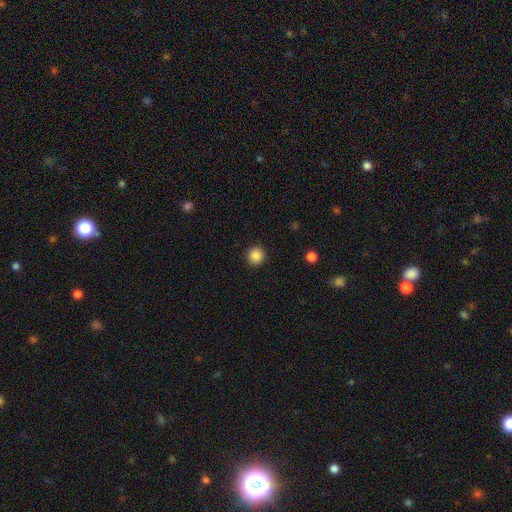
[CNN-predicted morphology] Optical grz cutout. It shows a smooth galaxy with no disk features (87%) that is round (93%). Merging: none (92%).